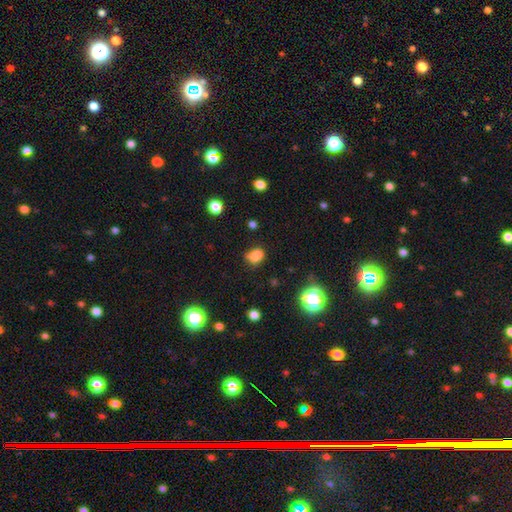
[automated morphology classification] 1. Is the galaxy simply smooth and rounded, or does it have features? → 74% smooth, 15% star or artifact, 11% featured or disk.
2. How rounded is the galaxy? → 52% in between, 47% round, 1% cigar-shaped.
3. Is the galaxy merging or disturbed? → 49% none, 25% merger, 19% minor disturbance, 7% major disturbance.